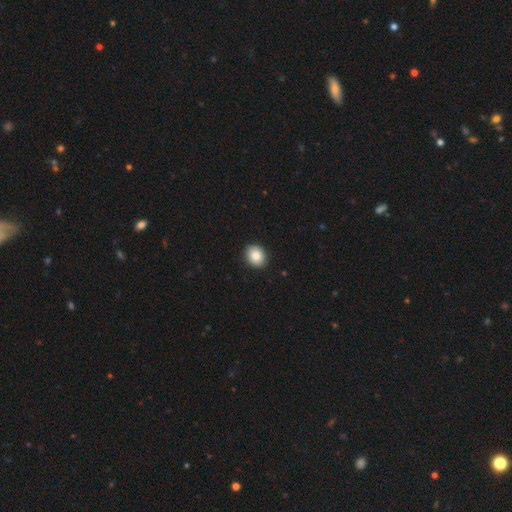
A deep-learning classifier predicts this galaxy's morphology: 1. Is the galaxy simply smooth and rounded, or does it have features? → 84% smooth, 8% star or artifact, 8% featured or disk.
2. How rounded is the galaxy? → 59% round, 40% in between, 1% cigar-shaped.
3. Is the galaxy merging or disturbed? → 91% none, 7% minor disturbance, 2% major disturbance, 1% merger.